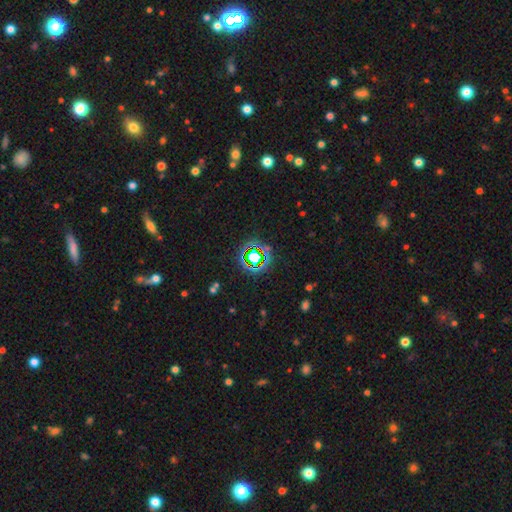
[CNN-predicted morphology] The model was most divided on "smooth or featured": star or artifact: 73%, smooth: 16%, featured or disk: 11%.